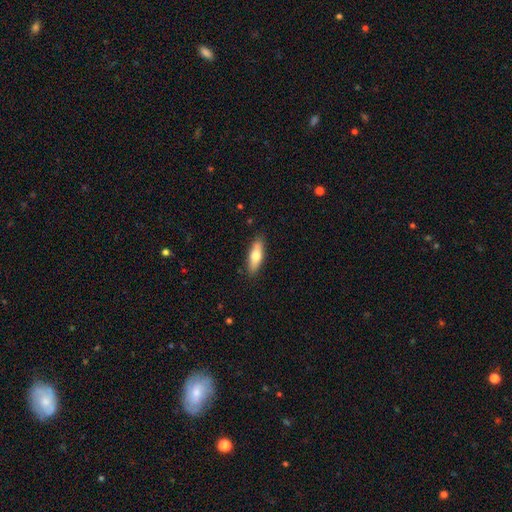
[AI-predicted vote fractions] A smooth galaxy with no disk features (68%) that is in between round and cigar-shaped (51%). Merging: none (87%).